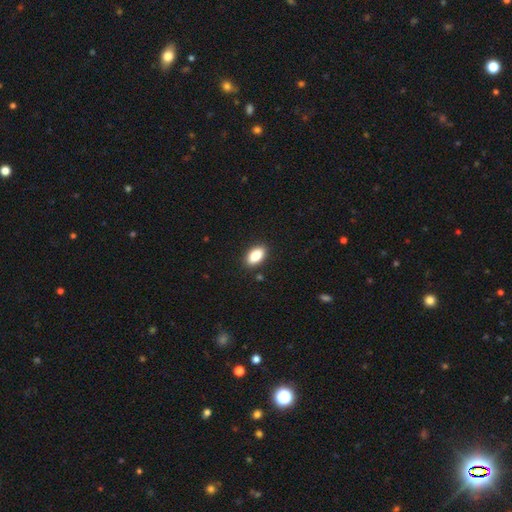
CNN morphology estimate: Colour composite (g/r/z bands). It shows a smooth galaxy with no disk features (87%) that is in between round and cigar-shaped (92%). Merging: none (89%).